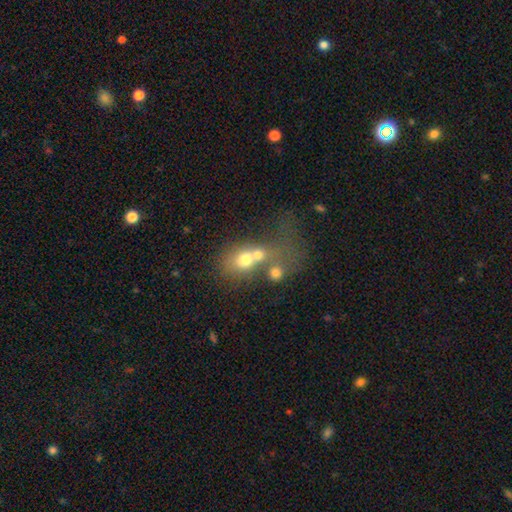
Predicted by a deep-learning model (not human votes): Smooth or featured? Predicted: smooth (p=0.56). How rounded? Predicted: round (p=0.53). Merging? Predicted: merger (p=0.64).